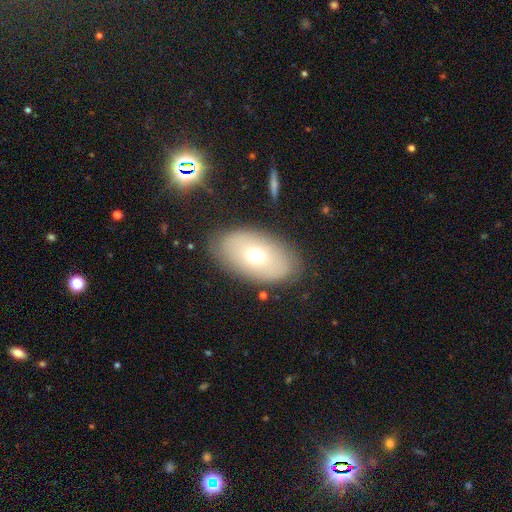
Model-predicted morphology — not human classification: smooth 64%, featured or disk 27%, star or artifact 9%. Down the decision tree: how rounded — in between (91%); merging — none (81%).